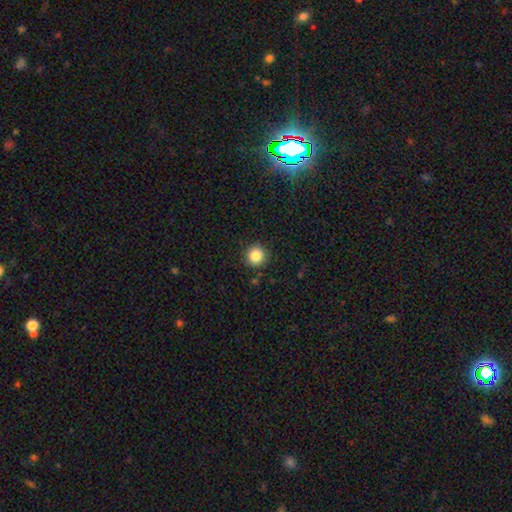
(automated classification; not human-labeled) smooth_or_featured: smooth (p=0.85) [alt: star or artifact p=0.11]
how_rounded: round (p=0.95) [alt: in between p=0.04]
merging: none (p=0.91) [alt: minor disturbance p=0.06]